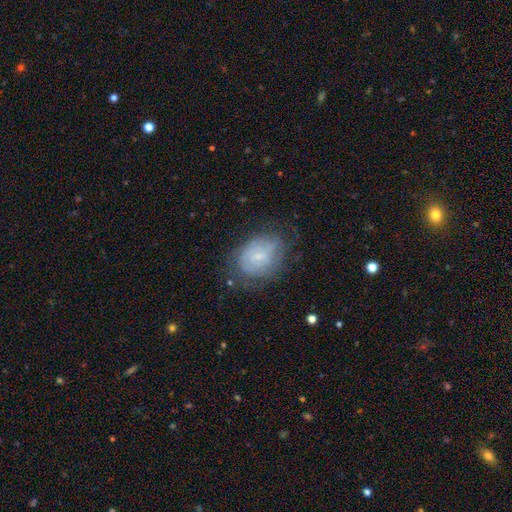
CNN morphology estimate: Smooth or featured: smooth — 49% (featured or disk — 36%)
Merging: none — 69% (minor disturbance — 20%)